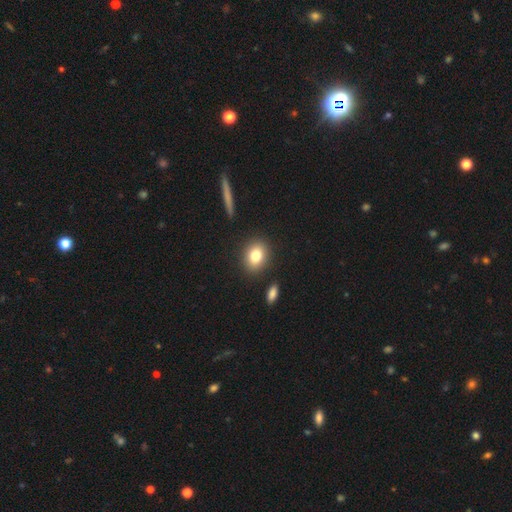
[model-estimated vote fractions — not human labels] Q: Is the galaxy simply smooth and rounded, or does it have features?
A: smooth — 80%.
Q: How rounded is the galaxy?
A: in between — 49%, tied with round.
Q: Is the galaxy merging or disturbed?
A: none — 87%.